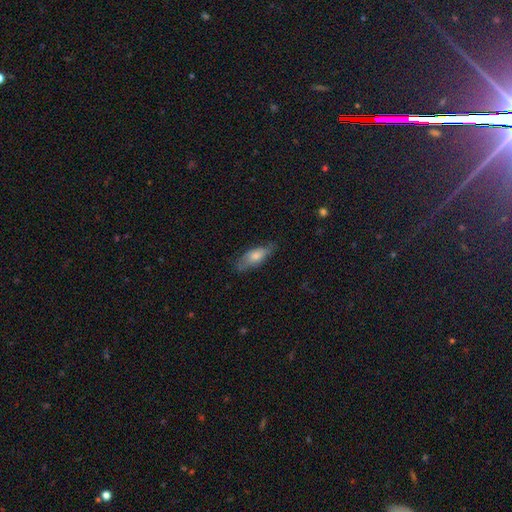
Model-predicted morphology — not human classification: Smooth or featured? Predicted: smooth (p=0.65). How rounded? Predicted: in between (p=0.71). Merging? Predicted: none (p=0.69).